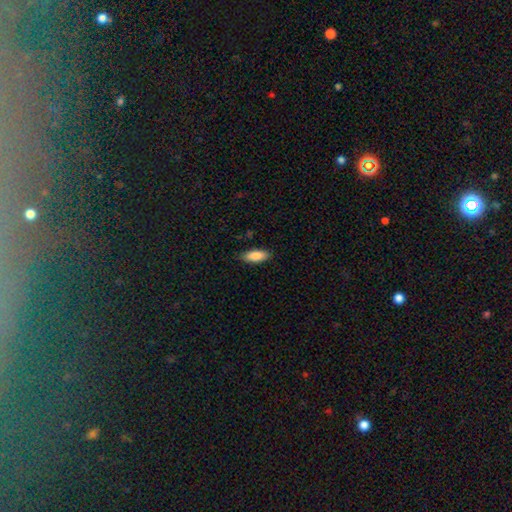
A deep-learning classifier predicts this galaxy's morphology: Q: Smooth or featured?
A: smooth (87%); runner-up: featured or disk (7%)
Q: How rounded?
A: in between (78%); runner-up: cigar-shaped (20%)
Q: Merging?
A: none (86%); runner-up: minor disturbance (11%)